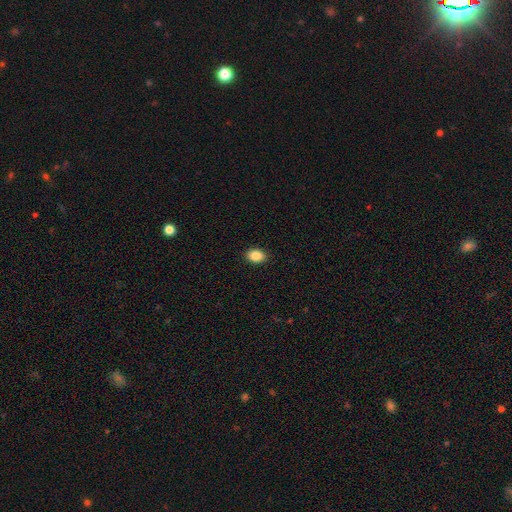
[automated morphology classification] Smooth or featured: smooth — 87% (star or artifact — 9%)
How rounded: in between — 68% (round — 31%)
Merging: none — 91% (minor disturbance — 7%)